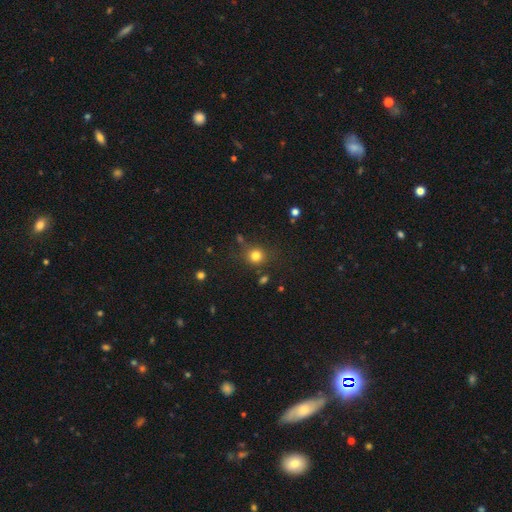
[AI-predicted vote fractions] Smooth or featured: smooth — 79% (star or artifact — 14%)
How rounded: round — 88% (in between — 11%)
Merging: none — 79% (minor disturbance — 11%)